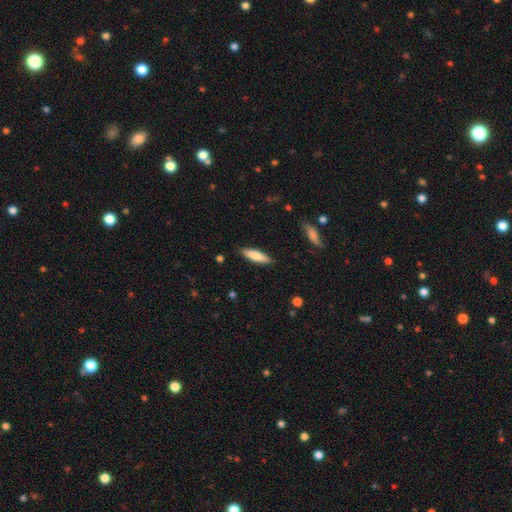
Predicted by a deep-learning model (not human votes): smooth_or_featured: smooth (p=0.76) [alt: featured or disk p=0.19]
how_rounded: cigar-shaped (p=0.62) [alt: in between p=0.37]
merging: none (p=0.89) [alt: minor disturbance p=0.08]